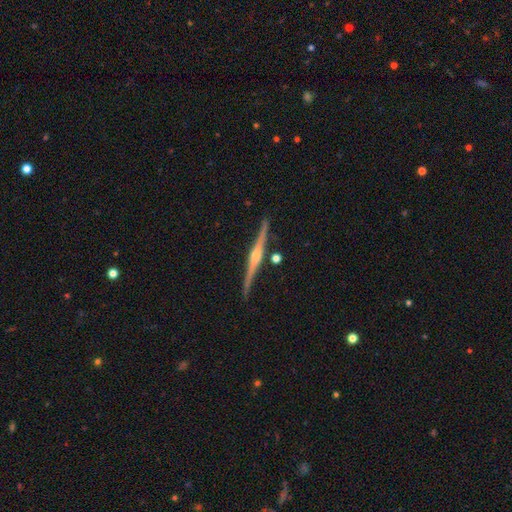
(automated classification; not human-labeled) The model was most divided on "edge-on bulge": rounded: 85%, boxy: 9%, none: 6%. More confident: edge-on disk — yes (99%); merging — none (87%); smooth or featured — featured or disk (86%).